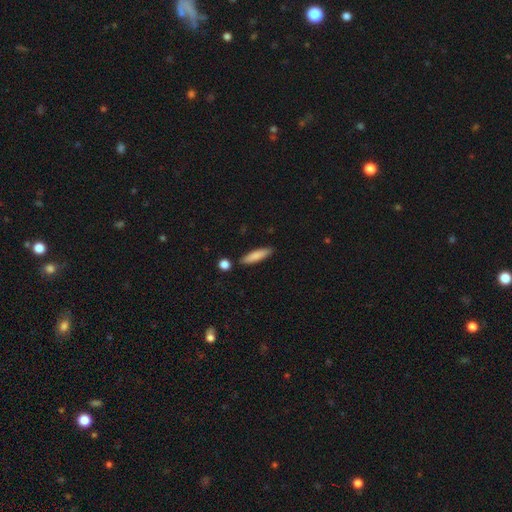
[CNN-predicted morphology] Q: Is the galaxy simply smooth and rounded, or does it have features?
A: smooth — 82%.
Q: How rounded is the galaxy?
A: cigar-shaped — 75%.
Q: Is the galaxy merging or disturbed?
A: none — 84%.